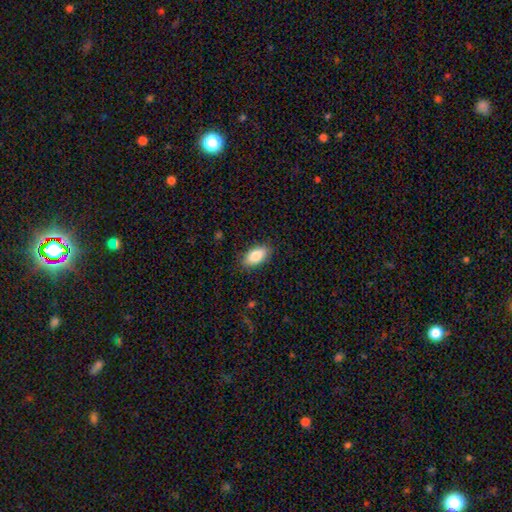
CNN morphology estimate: type=smooth (85%); roundness=in between (91%); merging=none (86%).